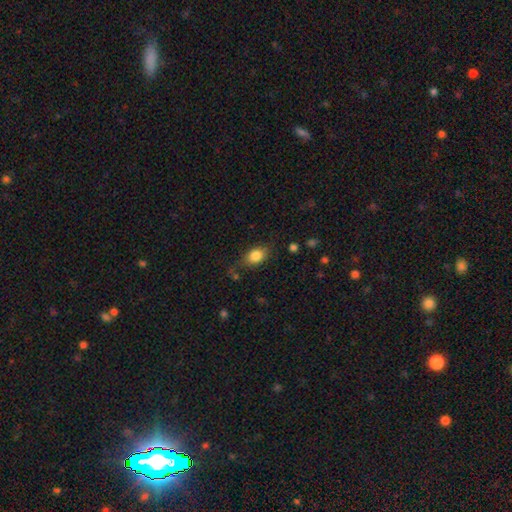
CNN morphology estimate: smooth-or-featured: smooth: 82% | featured or disk: 10% | star or artifact: 8%
  how-rounded: in between: 77% | round: 21% | cigar-shaped: 3%
  merging: none: 66% | minor disturbance: 22% | major disturbance: 8% | merger: 3%